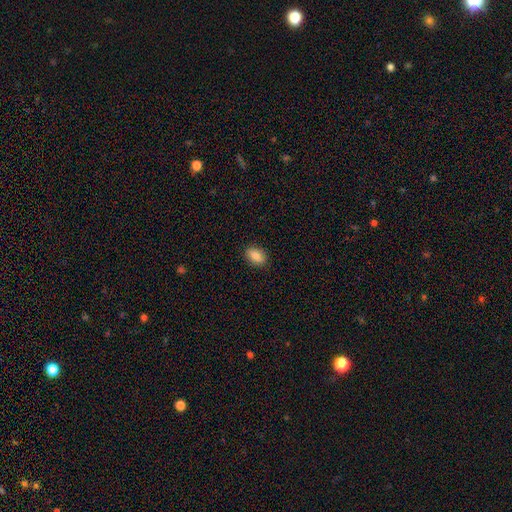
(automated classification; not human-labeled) Smooth or featured? Predicted: smooth (p=0.85). How rounded? Predicted: in between (p=0.82). Merging? Predicted: none (p=0.89).